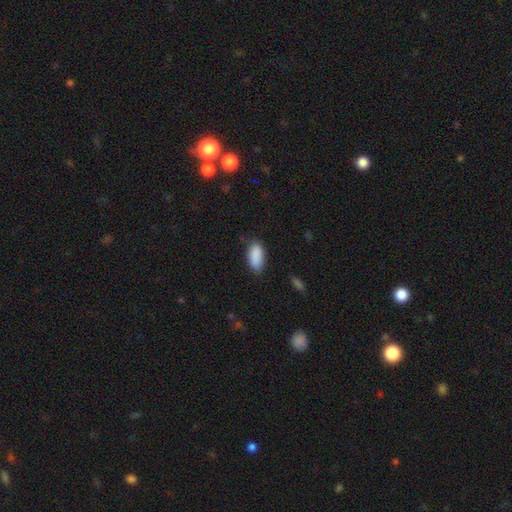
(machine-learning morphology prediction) smooth-or-featured: smooth: 90% | star or artifact: 7% | featured or disk: 4%
  how-rounded: in between: 91% | cigar-shaped: 7% | round: 2%
  merging: none: 80% | minor disturbance: 16% | major disturbance: 3% | merger: 1%